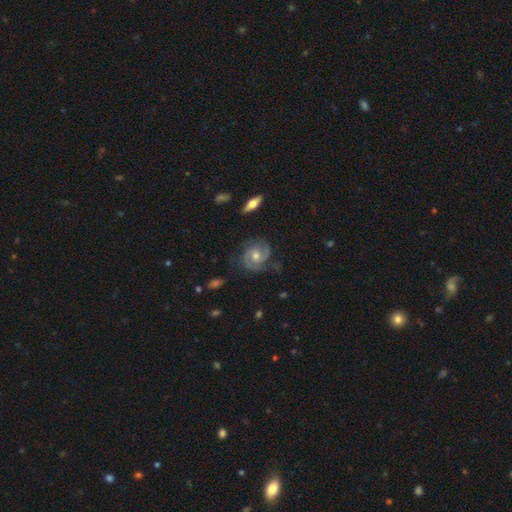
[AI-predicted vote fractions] Morphology: type=featured or disk (86%); edge-on=no (97%); bar=no (63%); spiral arms=yes (97%); winding=tight (52%); arm count=2 (80%); bulge=moderate (70%); merging=none (74%).